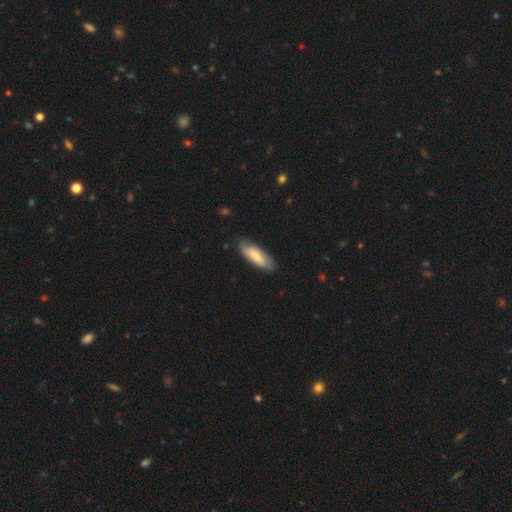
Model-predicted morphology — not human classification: This is likely a smooth galaxy (69%). How rounded: likely in between (62%). Merging: likely none (80%).